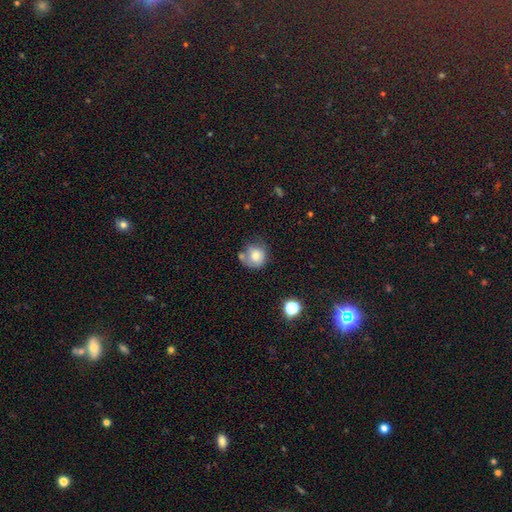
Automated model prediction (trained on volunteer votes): Morphology: type=smooth (68%); roundness=round (79%); merging=none (44%).